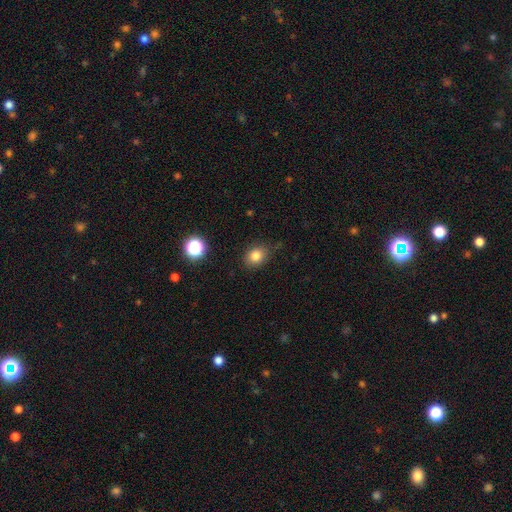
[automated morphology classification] Smooth or featured: smooth — 82% (star or artifact — 12%)
How rounded: round — 57% (in between — 42%)
Merging: none — 79% (minor disturbance — 16%)